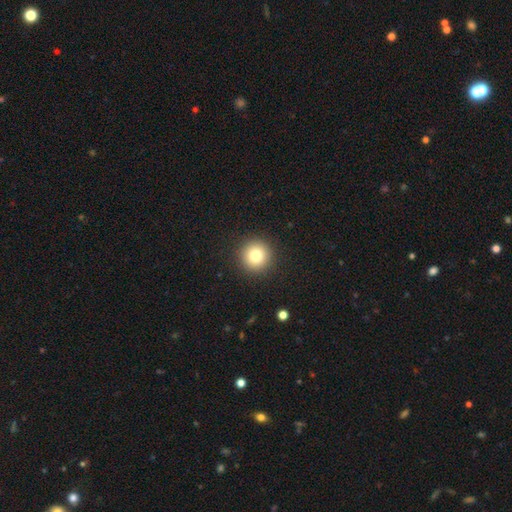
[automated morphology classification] A smooth galaxy with no disk features (79%) that is round (96%).

Vote fractions:
- Smooth or featured? smooth: 79% / star or artifact: 12% / featured or disk: 9%
- How rounded? round: 96% / in between: 3% / cigar-shaped: 1%
- Merging? none: 92% / minor disturbance: 5% / major disturbance: 2% / merger: 1%